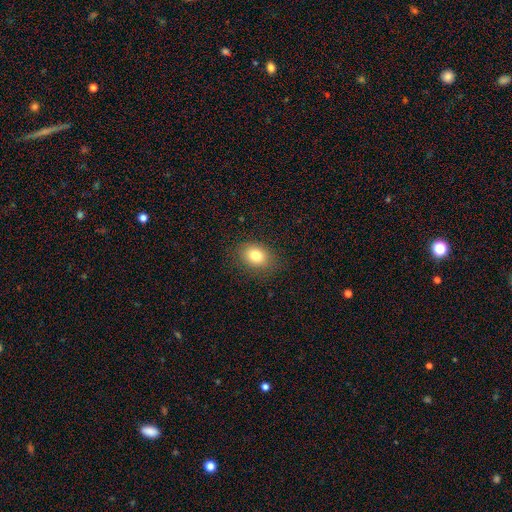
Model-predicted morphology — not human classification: This is likely a smooth galaxy (79%). How rounded: likely in between (66%). Merging: clearly none (84%).